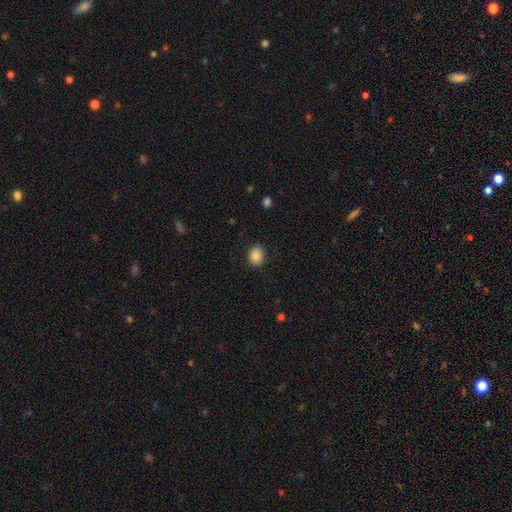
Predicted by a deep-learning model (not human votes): Q: Smooth or featured?
A: smooth (85%); runner-up: star or artifact (8%)
Q: How rounded?
A: in between (54%); runner-up: round (45%)
Q: Merging?
A: none (87%); runner-up: minor disturbance (10%)